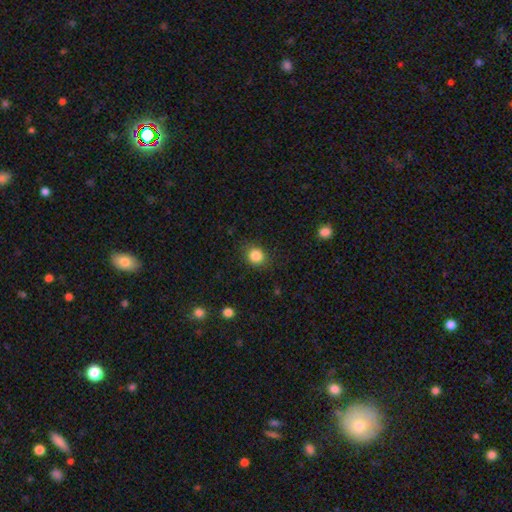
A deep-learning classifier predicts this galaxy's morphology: The model was most divided on "how rounded": round: 74%, in between: 25%, cigar-shaped: 1%. More confident: merging — none (86%); smooth or featured — smooth (85%).